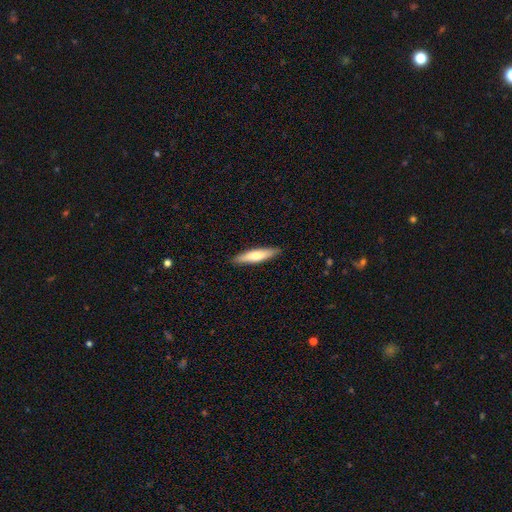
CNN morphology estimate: smooth_or_featured: smooth (p=0.68) [alt: featured or disk p=0.27]
how_rounded: cigar-shaped (p=0.80) [alt: in between p=0.19]
merging: none (p=0.89) [alt: minor disturbance p=0.09]